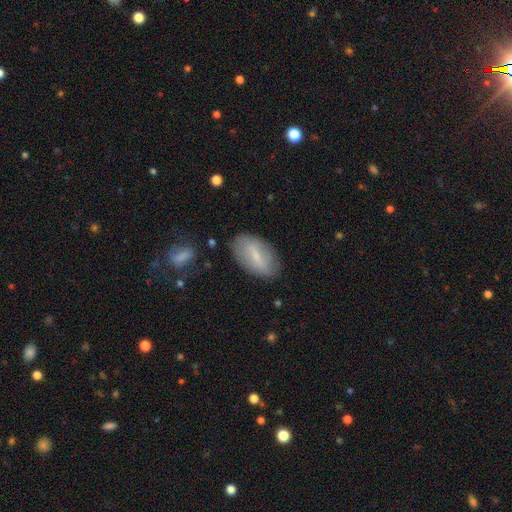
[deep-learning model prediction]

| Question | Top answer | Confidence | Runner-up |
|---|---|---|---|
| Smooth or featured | smooth | 55% | featured or disk (38%) |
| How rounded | in between | 91% | cigar-shaped (5%) |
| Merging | none | 80% | minor disturbance (14%) |